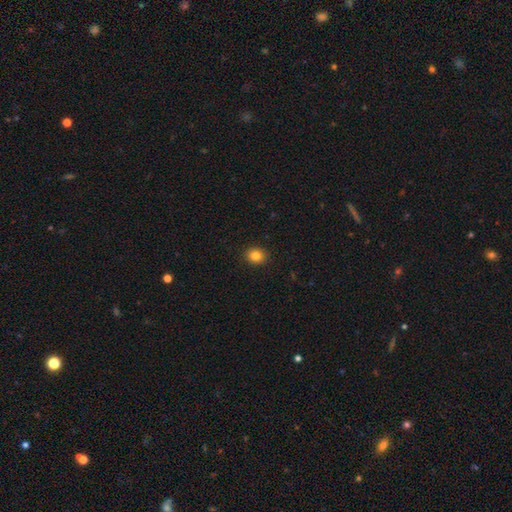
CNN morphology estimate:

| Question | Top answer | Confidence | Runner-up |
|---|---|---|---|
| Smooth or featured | smooth | 82% | star or artifact (11%) |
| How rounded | round | 71% | in between (28%) |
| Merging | none | 92% | minor disturbance (6%) |